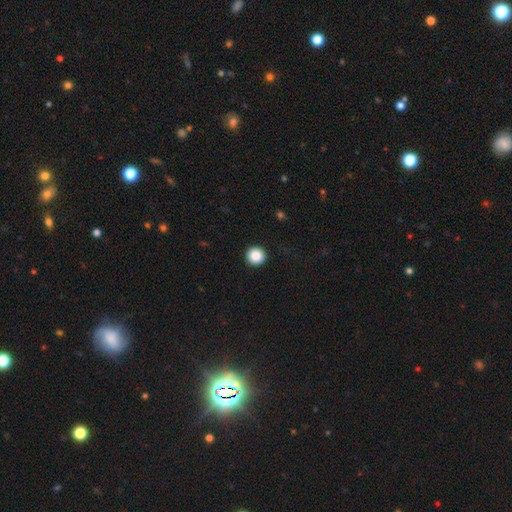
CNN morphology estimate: smooth-or-featured: smooth: 88% | star or artifact: 9% | featured or disk: 3%
  how-rounded: round: 96% | in between: 3% | cigar-shaped: 1%
  merging: none: 93% | minor disturbance: 5% | major disturbance: 2% | merger: 1%